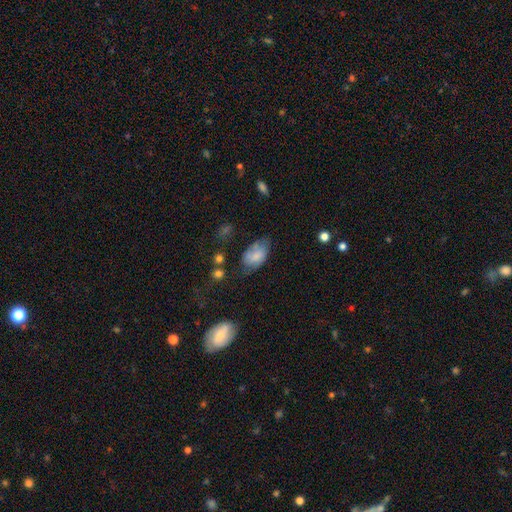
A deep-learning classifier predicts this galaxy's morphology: smooth 72%, featured or disk 20%, star or artifact 8%. Down the decision tree: how rounded — in between (92%); merging — none (52%).